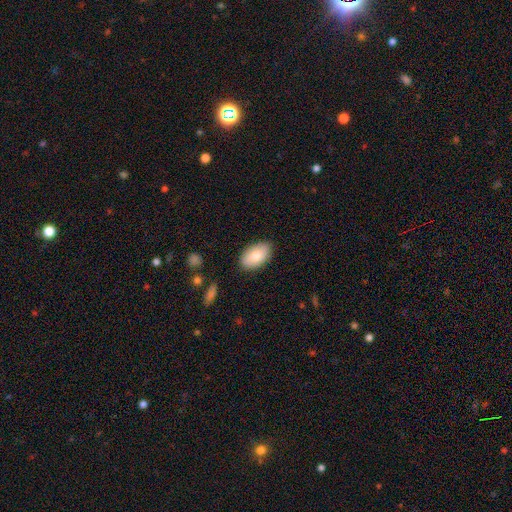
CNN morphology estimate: smooth_or_featured: smooth (p=0.78) [alt: featured or disk p=0.15]
how_rounded: in between (p=0.93) [alt: round p=0.06]
merging: none (p=0.84) [alt: minor disturbance p=0.12]